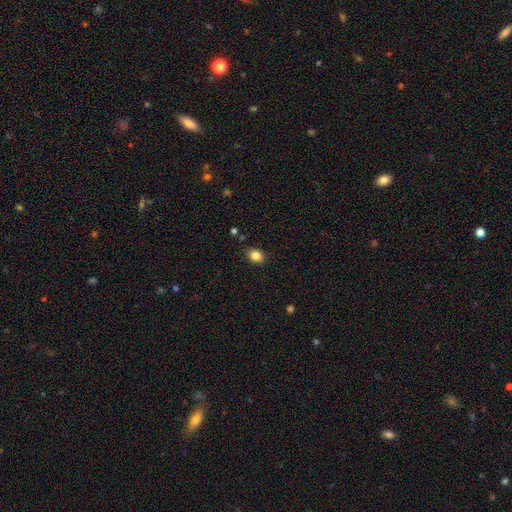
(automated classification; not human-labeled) smooth-or-featured: smooth: 84% | star or artifact: 11% | featured or disk: 5%
  how-rounded: round: 51% | in between: 48% | cigar-shaped: 1%
  merging: none: 86% | minor disturbance: 10% | major disturbance: 2% | merger: 2%